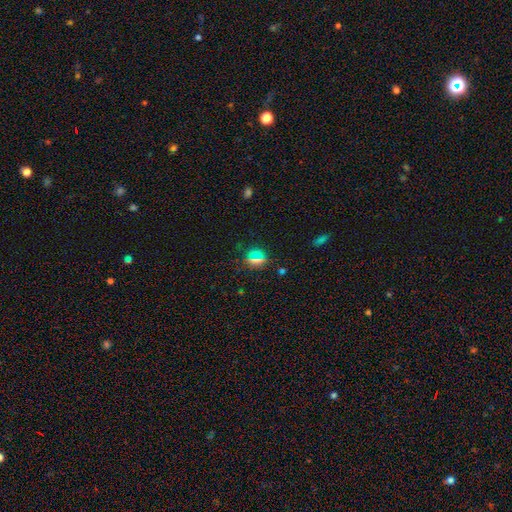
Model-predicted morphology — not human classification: Overall: smooth (58%; star or artifact 33%). How rounded: round (70%). Merging: none (81%).